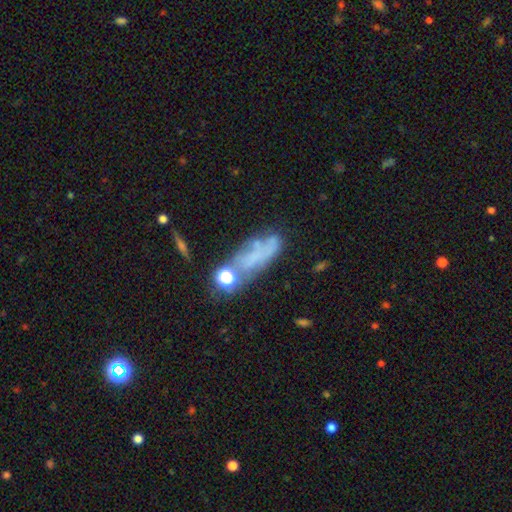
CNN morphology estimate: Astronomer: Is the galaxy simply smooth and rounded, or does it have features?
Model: smooth — 45% (runner-up: featured or disk, 38%).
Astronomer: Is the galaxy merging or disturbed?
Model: none — 42% (runner-up: minor disturbance, 23%).